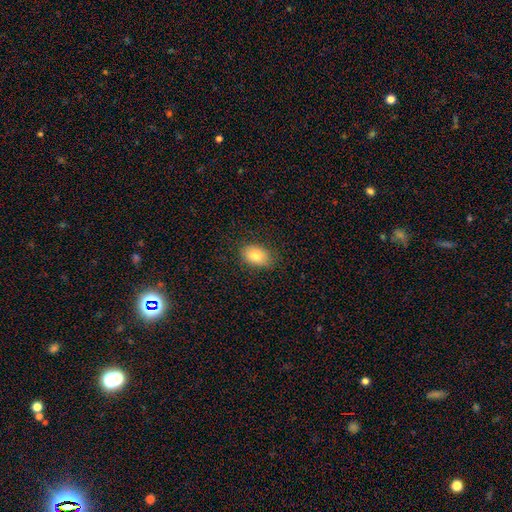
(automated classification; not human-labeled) This is clearly a smooth galaxy (80%). How rounded: clearly in between (81%). Merging: clearly none (84%).